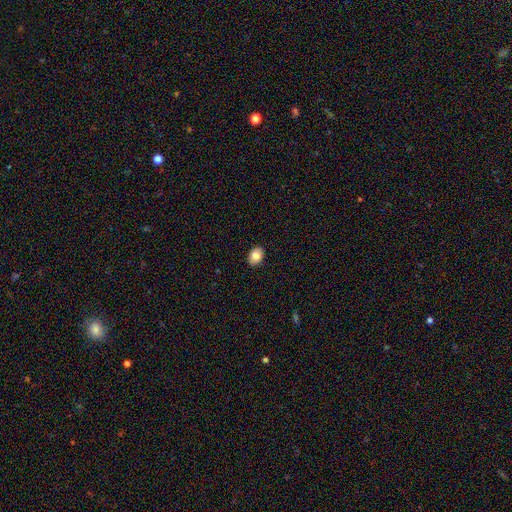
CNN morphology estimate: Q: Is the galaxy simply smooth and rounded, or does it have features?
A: smooth — 83%.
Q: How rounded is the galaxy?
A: in between — 77%.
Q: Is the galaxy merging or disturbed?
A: none — 90%.